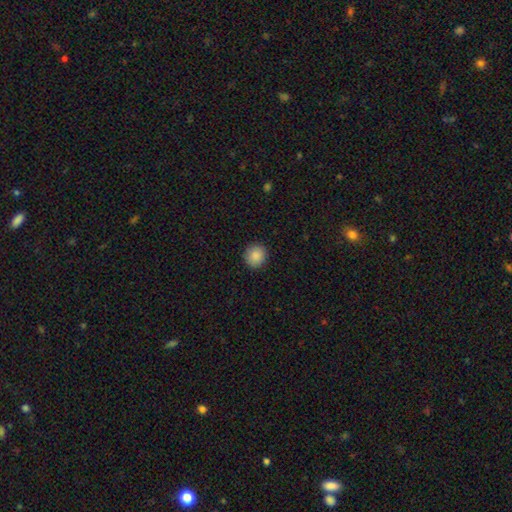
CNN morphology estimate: Overall: smooth (88%). How rounded: round (88%). Merging: none (91%).